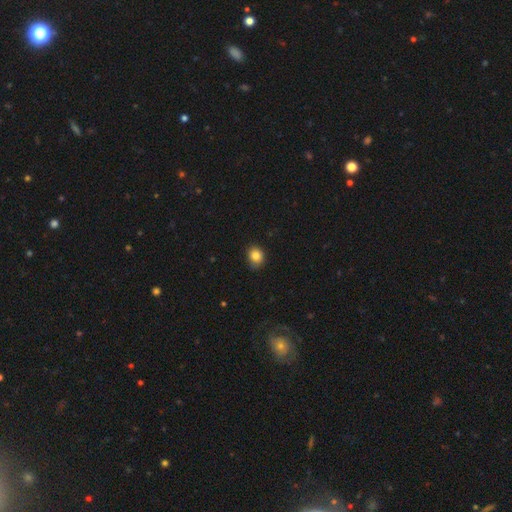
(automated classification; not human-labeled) Overall: smooth (84%). How rounded: round (66%; in between 33%). Merging: none (78%).